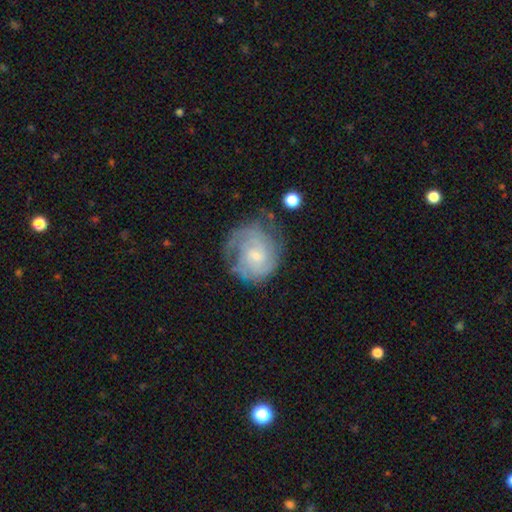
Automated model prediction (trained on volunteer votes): Smooth or featured: featured or disk — 77% (smooth — 16%)
Edge-on disk: no — 98% (yes — 2%)
Bar: no — 65% (weak — 31%)
Spiral arms: yes — 92% (no — 8%)
Spiral winding: tight — 61% (medium — 30%)
Spiral arm count: can't tell — 41% (2 — 23%)
Bulge size: small — 66% (moderate — 27%)
Merging: none — 57% (minor disturbance — 25%)